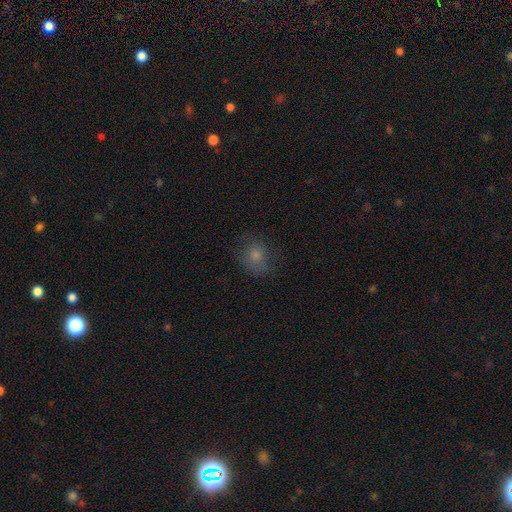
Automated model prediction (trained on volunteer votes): Smooth or featured? smooth (74%)
How rounded? round (70%)
Merging? none (66%)